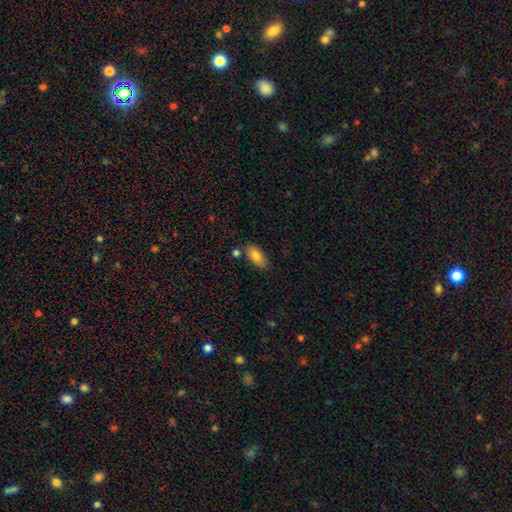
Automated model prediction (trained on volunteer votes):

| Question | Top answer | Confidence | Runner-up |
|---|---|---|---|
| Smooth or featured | smooth | 85% | featured or disk (8%) |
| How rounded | in between | 88% | cigar-shaped (9%) |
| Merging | none | 76% | minor disturbance (15%) |